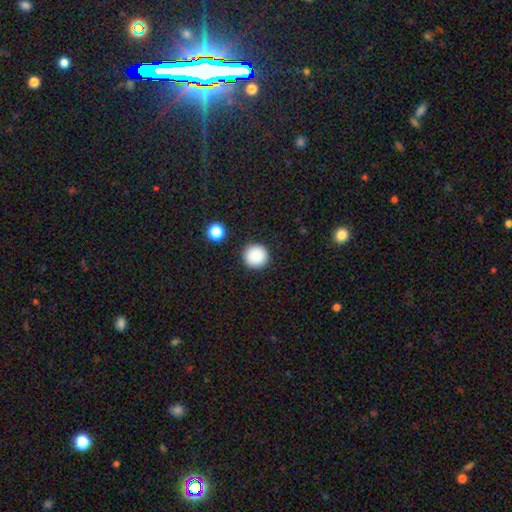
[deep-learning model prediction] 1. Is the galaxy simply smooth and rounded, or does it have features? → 88% smooth, 9% star or artifact, 3% featured or disk.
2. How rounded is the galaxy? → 96% round, 3% in between, 1% cigar-shaped.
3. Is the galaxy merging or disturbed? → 92% none, 5% minor disturbance, 2% major disturbance, 2% merger.